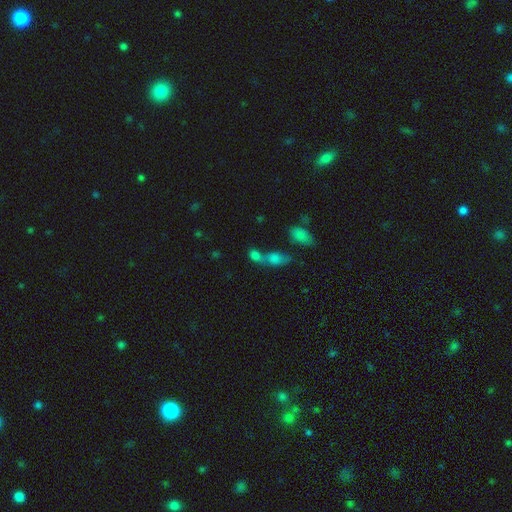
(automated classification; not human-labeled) smooth-or-featured: smooth: 73% | star or artifact: 15% | featured or disk: 12%
  how-rounded: in between: 64% | round: 27% | cigar-shaped: 8%
  merging: merger: 61% | none: 26% | minor disturbance: 8% | major disturbance: 5%